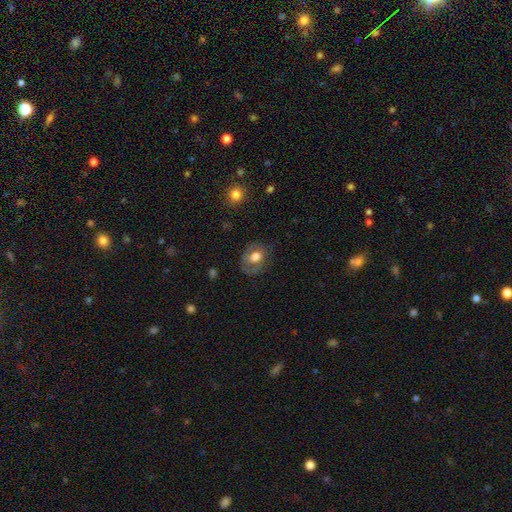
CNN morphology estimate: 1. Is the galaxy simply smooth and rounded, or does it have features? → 54% smooth, 37% featured or disk, 8% star or artifact.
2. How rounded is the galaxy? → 56% in between, 43% round, 1% cigar-shaped.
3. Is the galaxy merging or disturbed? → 68% none, 20% minor disturbance, 10% major disturbance, 1% merger.